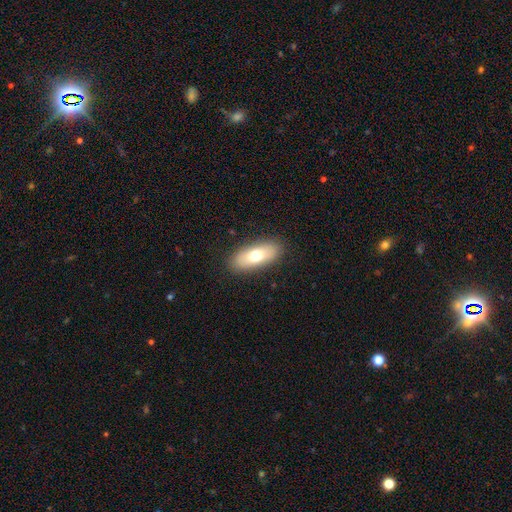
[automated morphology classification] smooth 72%, featured or disk 21%, star or artifact 7%. Down the decision tree: how rounded — in between (77%); merging — none (88%).